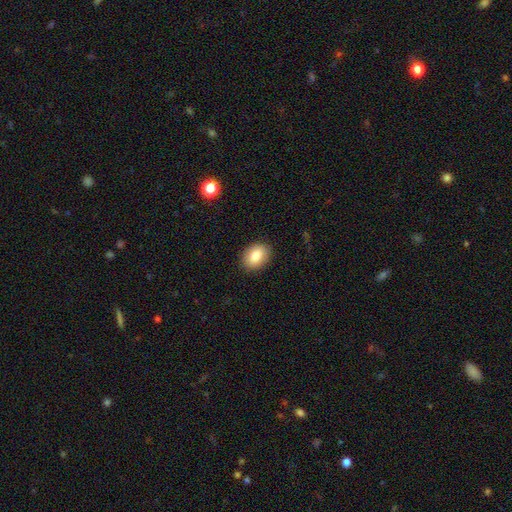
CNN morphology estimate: This is clearly a smooth galaxy (85%). How rounded: likely in between (80%). Merging: clearly none (89%).